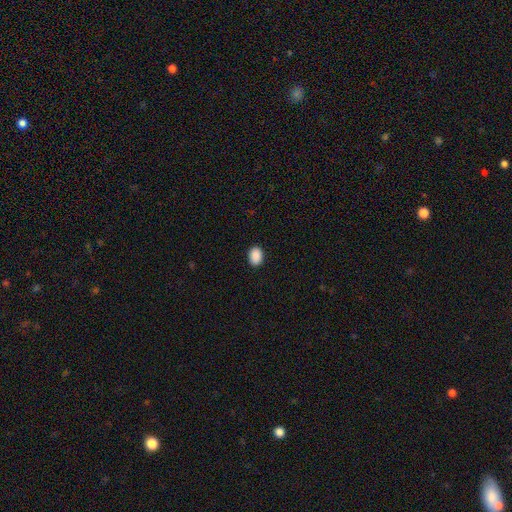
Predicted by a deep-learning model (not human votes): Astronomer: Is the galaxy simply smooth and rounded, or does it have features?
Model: smooth — 90%.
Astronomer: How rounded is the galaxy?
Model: in between — 76%.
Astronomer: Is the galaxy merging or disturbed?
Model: none — 90%.